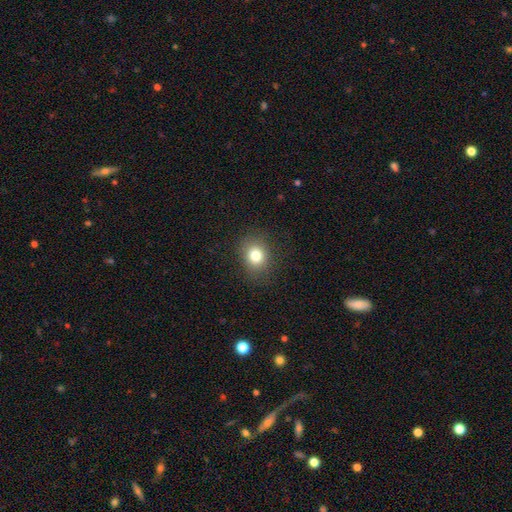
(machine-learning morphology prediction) Smooth or featured? Predicted: smooth (p=0.80). How rounded? Predicted: round (p=0.65). Merging? Predicted: none (p=0.86).